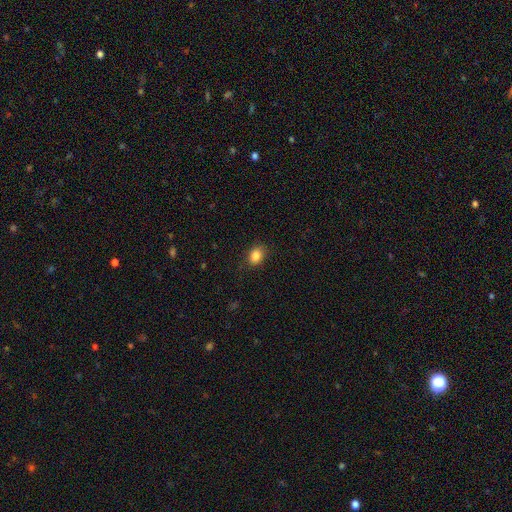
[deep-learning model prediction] smooth-or-featured: smooth: 86% | star or artifact: 10% | featured or disk: 5%
  how-rounded: in between: 64% | round: 35% | cigar-shaped: 1%
  merging: none: 82% | minor disturbance: 13% | major disturbance: 3% | merger: 1%